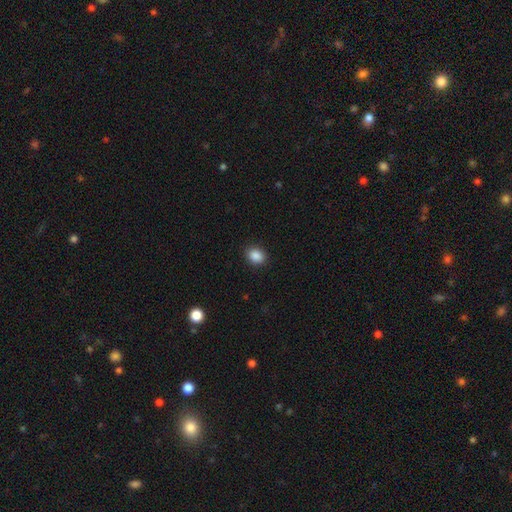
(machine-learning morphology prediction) A smooth galaxy with no disk features (88%) that is in between round and cigar-shaped (53%).

Vote fractions:
- Smooth or featured? smooth: 88% / star or artifact: 9% / featured or disk: 3%
- How rounded? in between: 53% / round: 46% / cigar-shaped: 1%
- Merging? none: 90% / minor disturbance: 7% / major disturbance: 2% / merger: 1%